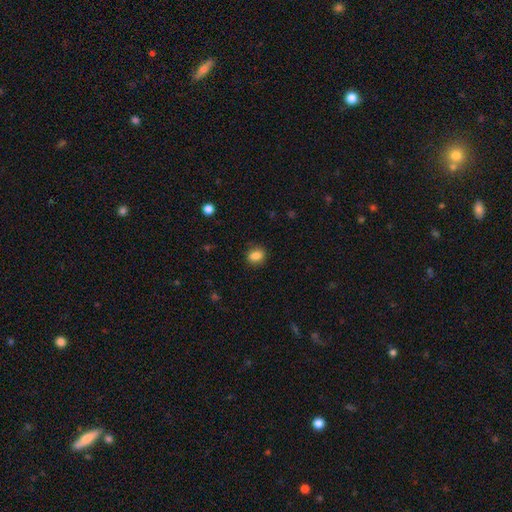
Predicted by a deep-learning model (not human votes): Morphology: type=smooth (85%); roundness=round (54%); merging=none (85%).